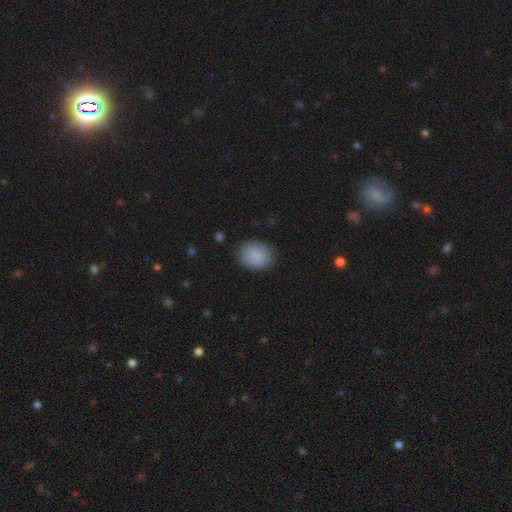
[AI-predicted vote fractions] Smooth or featured?
  - smooth: 86% *
  - star or artifact: 7%
  - featured or disk: 6%
How rounded?
  - round: 55% *
  - in between: 44%
  - cigar-shaped: 1%
Merging?
  - none: 78% *
  - minor disturbance: 16%
  - major disturbance: 4%
  - merger: 1%